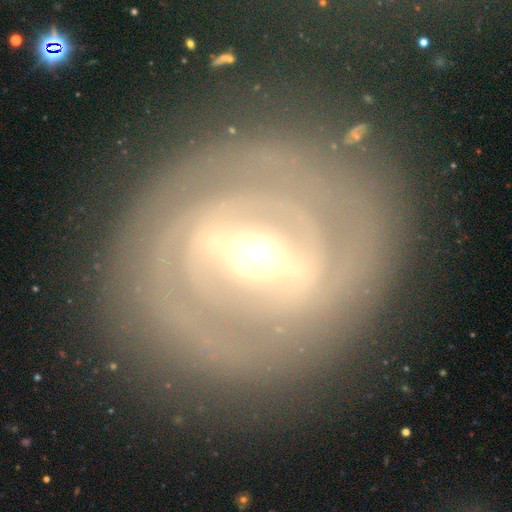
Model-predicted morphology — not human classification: Smooth or featured? Predicted: featured or disk (p=0.79). Edge-on disk? Predicted: no (p=0.93). Bar? Predicted: strong (p=0.51). Spiral arms? Predicted: yes (p=0.65). Bulge size? Predicted: moderate (p=0.56). Merging? Predicted: none (p=0.76).